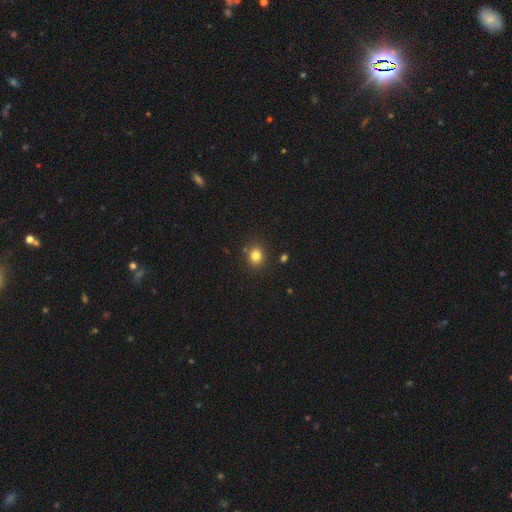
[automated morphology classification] smooth 81%, star or artifact 13%, featured or disk 6%. Down the decision tree: how rounded — round (73%); merging — none (85%).